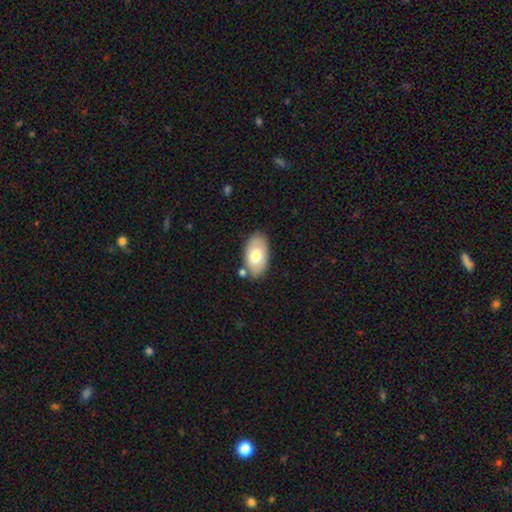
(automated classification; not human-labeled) Smooth or featured? smooth (68%)
How rounded? in between (94%)
Merging? none (77%)